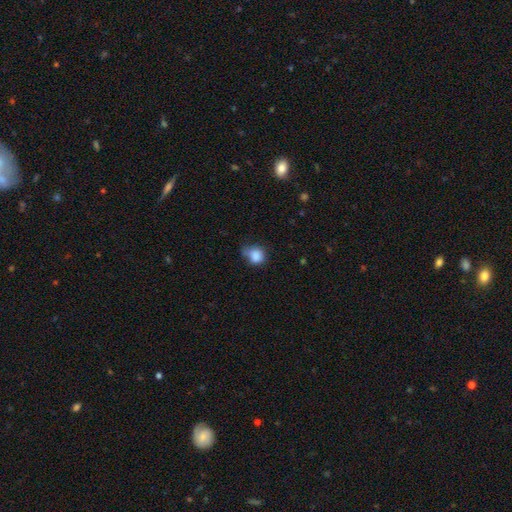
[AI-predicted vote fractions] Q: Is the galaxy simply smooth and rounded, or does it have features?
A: smooth — 85%.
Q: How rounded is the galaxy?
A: round — 71%.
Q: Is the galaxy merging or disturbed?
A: none — 41%.